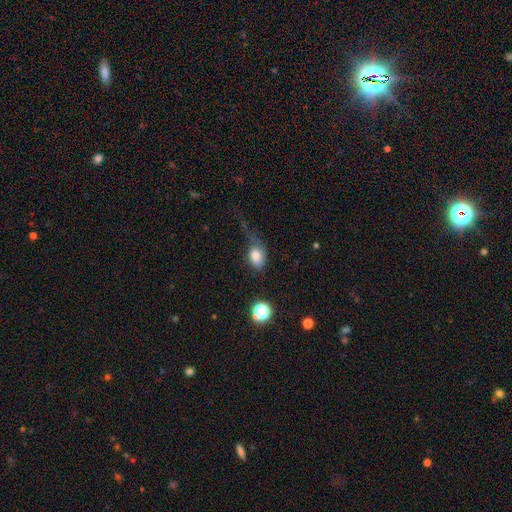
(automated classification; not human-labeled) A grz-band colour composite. It shows a smooth galaxy with no disk features (79%) that is in between round and cigar-shaped (80%). Merging: major disturbance (35%).